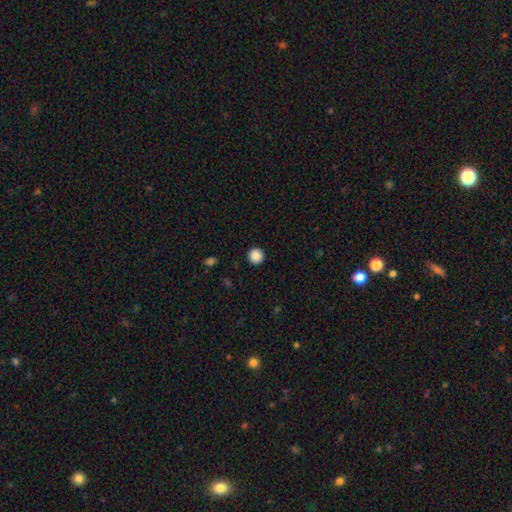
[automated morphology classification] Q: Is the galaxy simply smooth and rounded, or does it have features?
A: smooth — 88%.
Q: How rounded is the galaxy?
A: round — 95%.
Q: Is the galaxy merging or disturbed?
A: none — 93%.